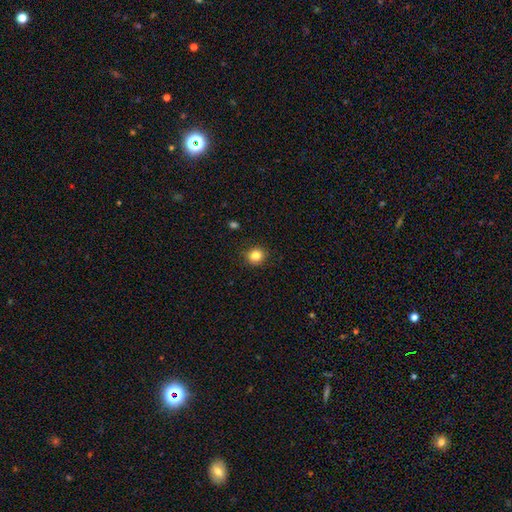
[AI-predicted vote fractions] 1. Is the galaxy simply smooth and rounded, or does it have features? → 83% smooth, 11% star or artifact, 6% featured or disk.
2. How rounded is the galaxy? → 88% round, 11% in between, 1% cigar-shaped.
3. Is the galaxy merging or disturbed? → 91% none, 6% minor disturbance, 2% major disturbance, 1% merger.